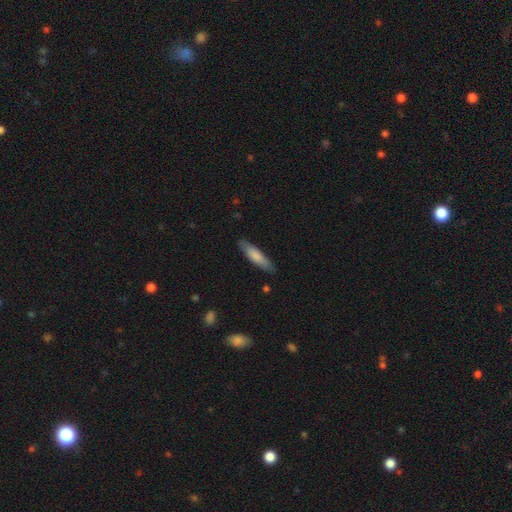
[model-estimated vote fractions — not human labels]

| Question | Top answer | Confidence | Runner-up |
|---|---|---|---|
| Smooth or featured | smooth | 76% | featured or disk (19%) |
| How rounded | cigar-shaped | 73% | in between (26%) |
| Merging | none | 84% | minor disturbance (13%) |